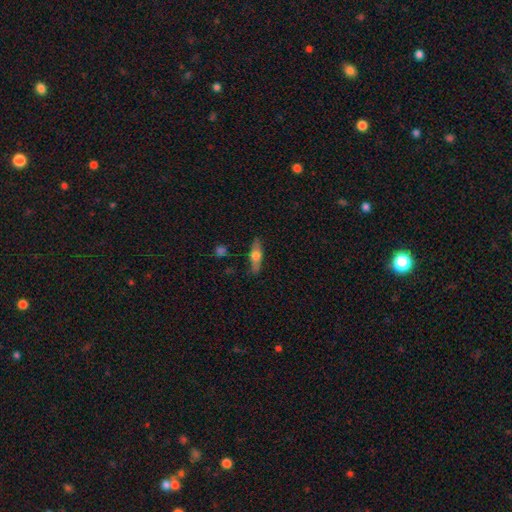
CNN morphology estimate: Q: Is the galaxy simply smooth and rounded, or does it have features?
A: smooth — 48%.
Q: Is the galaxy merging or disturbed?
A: none — 84%.